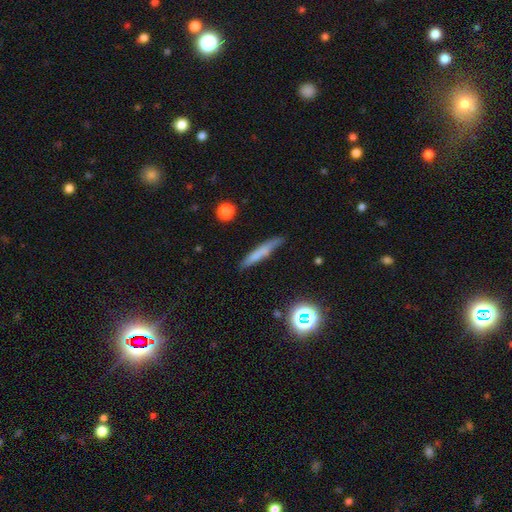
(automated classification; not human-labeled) Smooth or featured?
  - smooth: 45% *
  - featured or disk: 33%
  - star or artifact: 22%
Merging?
  - none: 88% *
  - minor disturbance: 8%
  - major disturbance: 2%
  - merger: 2%